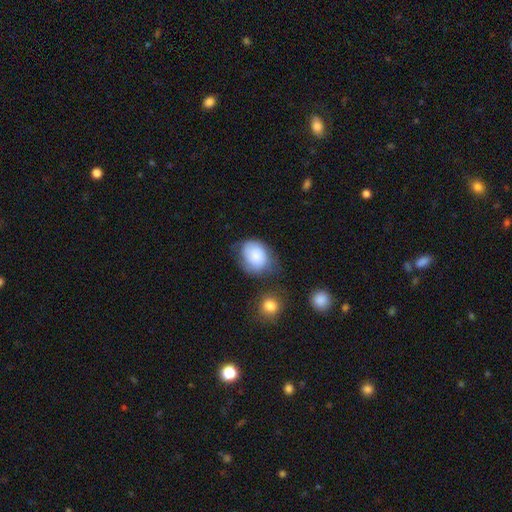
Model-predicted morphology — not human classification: Smooth or featured?
  - smooth: 80% *
  - featured or disk: 13%
  - star or artifact: 7%
How rounded?
  - in between: 52% *
  - round: 47%
  - cigar-shaped: 1%
Merging?
  - none: 47% *
  - minor disturbance: 31%
  - major disturbance: 12%
  - merger: 10%